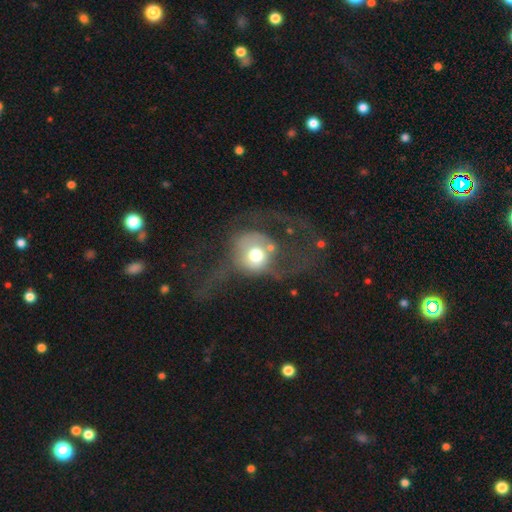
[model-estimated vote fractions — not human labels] A smooth galaxy with no disk features (49%).

Vote fractions:
- Smooth or featured? smooth: 49% / featured or disk: 40% / star or artifact: 11%
- Merging? major disturbance: 56% / none: 24% / minor disturbance: 13% / merger: 7%